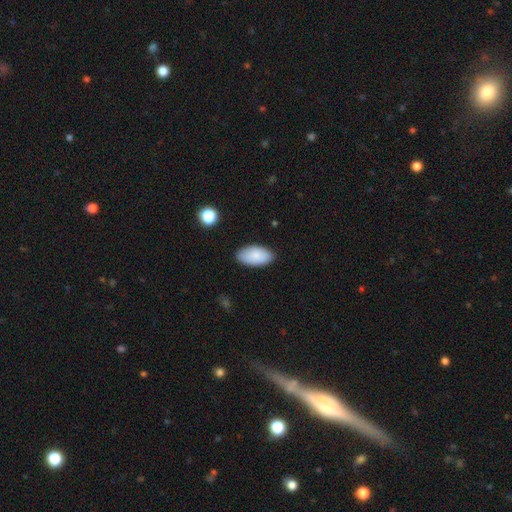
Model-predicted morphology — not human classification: Overall: smooth (85%). How rounded: in between (95%). Merging: none (86%).